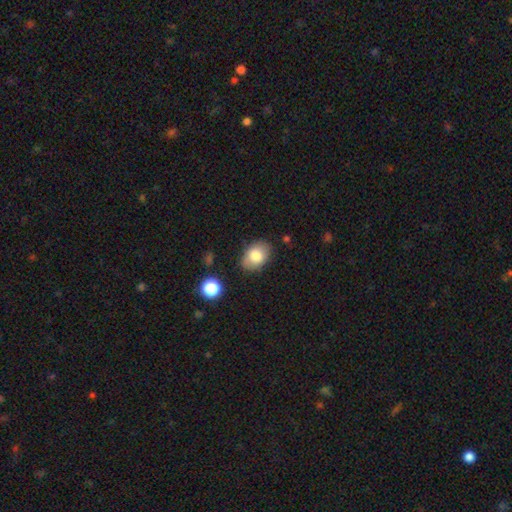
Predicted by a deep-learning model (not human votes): This appears to be a smooth galaxy with no disk features (80%) that is in between round and cigar-shaped (81%). Merging: none (79%).